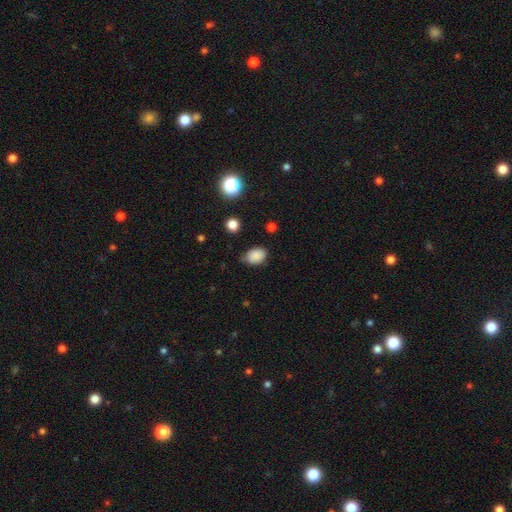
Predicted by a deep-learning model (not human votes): smooth_or_featured: smooth (p=0.86) [alt: star or artifact p=0.09]
how_rounded: in between (p=0.77) [alt: round p=0.22]
merging: none (p=0.70) [alt: minor disturbance p=0.24]